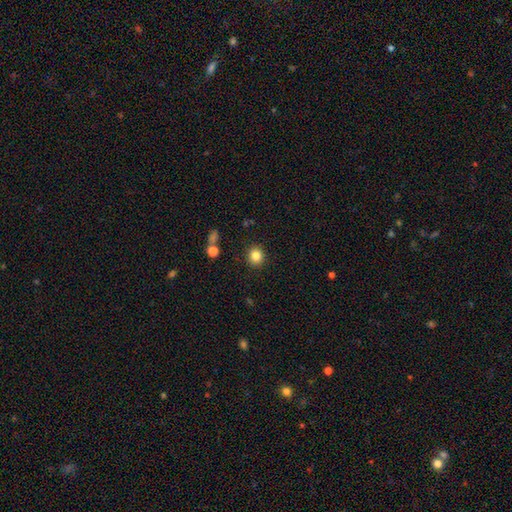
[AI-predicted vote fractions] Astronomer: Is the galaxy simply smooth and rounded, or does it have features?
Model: smooth — 83%.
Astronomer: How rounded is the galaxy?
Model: round — 85%.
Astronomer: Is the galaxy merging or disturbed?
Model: none — 90%.